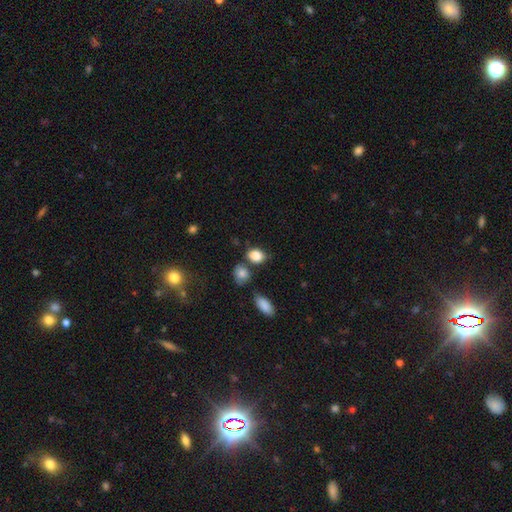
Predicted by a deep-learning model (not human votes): Morphology: type=smooth (86%); roundness=in between (72%); merging=none (65%).